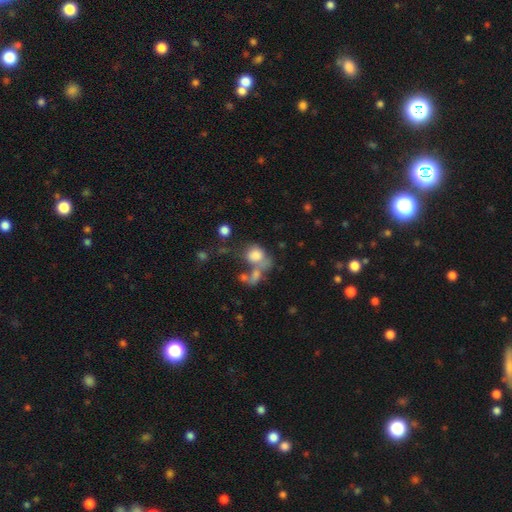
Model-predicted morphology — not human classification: Smooth or featured?
  - smooth: 73% *
  - featured or disk: 16%
  - star or artifact: 11%
How rounded?
  - round: 50% *
  - in between: 48%
  - cigar-shaped: 2%
Merging?
  - merger: 46% *
  - none: 25%
  - major disturbance: 17%
  - minor disturbance: 12%